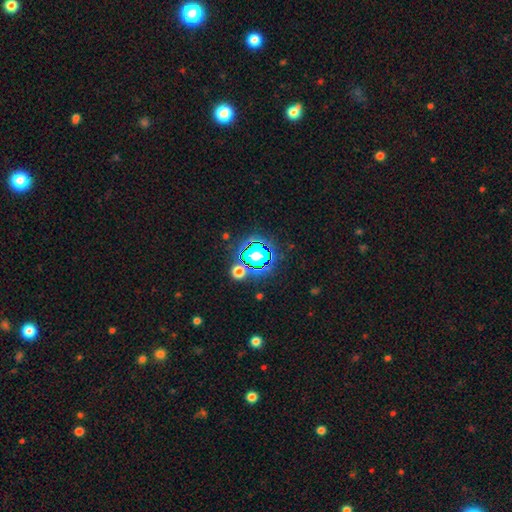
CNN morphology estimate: Smooth or featured? Predicted: star or artifact (p=0.57).